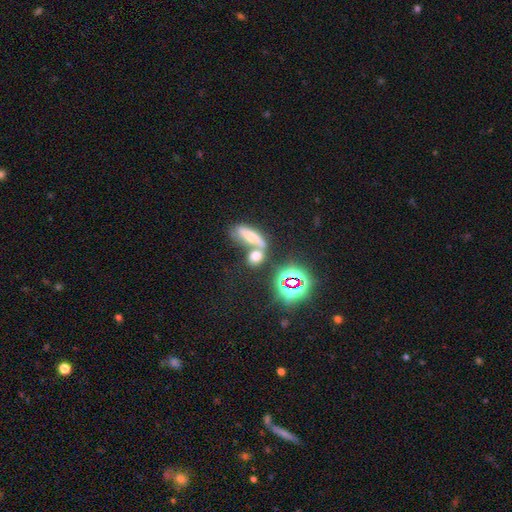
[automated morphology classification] Q: Smooth or featured?
A: smooth (58%); runner-up: star or artifact (26%)
Q: How rounded?
A: in between (51%); runner-up: round (27%)
Q: Merging?
A: merger (49%); runner-up: none (35%)